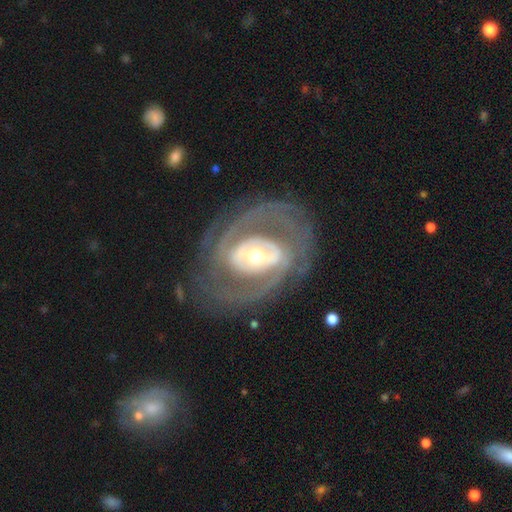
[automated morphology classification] Smooth or featured: featured or disk — 86% (smooth — 10%)
Edge-on disk: no — 96% (yes — 4%)
Bar: no — 40% (weak — 32%)
Spiral arms: yes — 84% (no — 16%)
Spiral winding: tight — 49% (medium — 37%)
Spiral arm count: 2 — 62% (can't tell — 18%)
Bulge size: moderate — 66% (small — 19%)
Merging: none — 72% (minor disturbance — 14%)